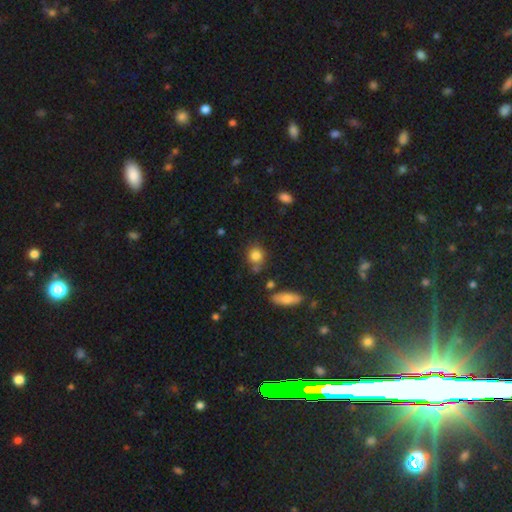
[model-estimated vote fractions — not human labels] smooth_or_featured: smooth (p=0.82) [alt: star or artifact p=0.10]
how_rounded: round (p=0.74) [alt: in between p=0.24]
merging: none (p=0.69) [alt: minor disturbance p=0.16]